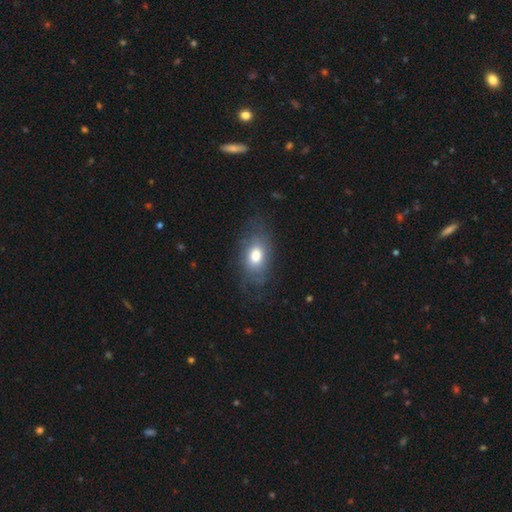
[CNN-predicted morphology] This appears to be a smooth galaxy with no disk features (69%) that is in between round and cigar-shaped (84%). Merging: none (68%).